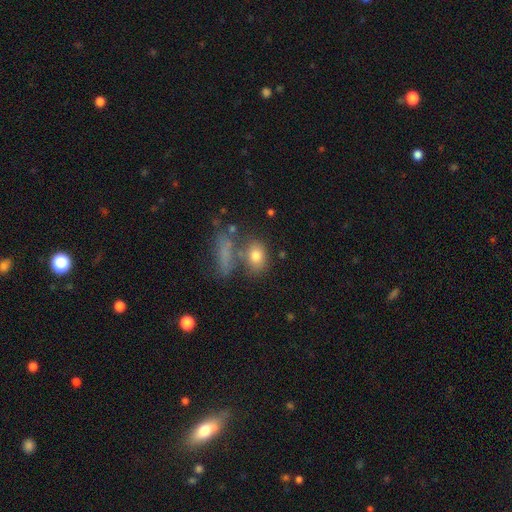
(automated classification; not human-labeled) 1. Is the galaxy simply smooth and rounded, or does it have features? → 77% smooth, 12% featured or disk, 10% star or artifact.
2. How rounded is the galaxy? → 64% in between, 32% round, 4% cigar-shaped.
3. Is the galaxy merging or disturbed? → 56% none, 22% merger, 14% minor disturbance, 8% major disturbance.